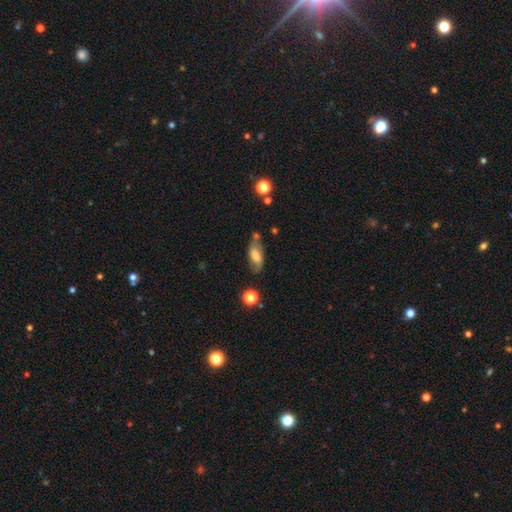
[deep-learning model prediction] This is possibly a smooth galaxy (55%). How rounded: clearly in between (81%). Merging: possibly none (60%).